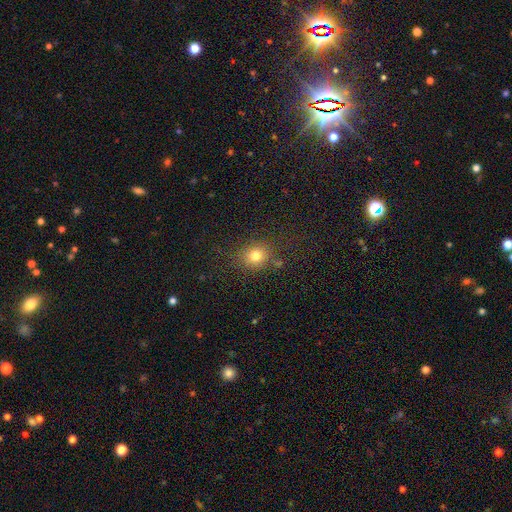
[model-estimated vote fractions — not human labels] This appears to be a smooth galaxy with no disk features (78%) that is round (74%). Merging: none (79%).